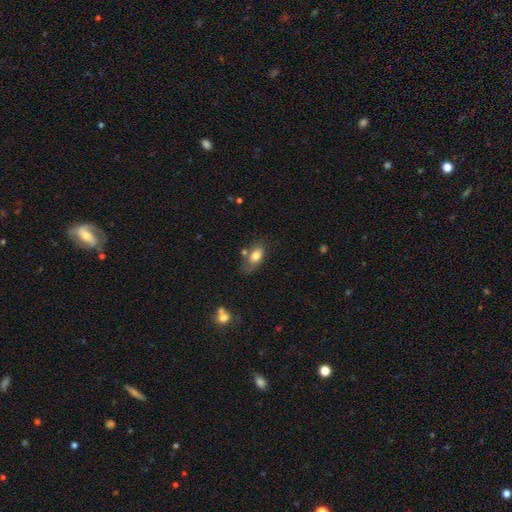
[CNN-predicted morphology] smooth 77%, featured or disk 15%, star or artifact 8%. Down the decision tree: how rounded — in between (90%); merging — none (49%).